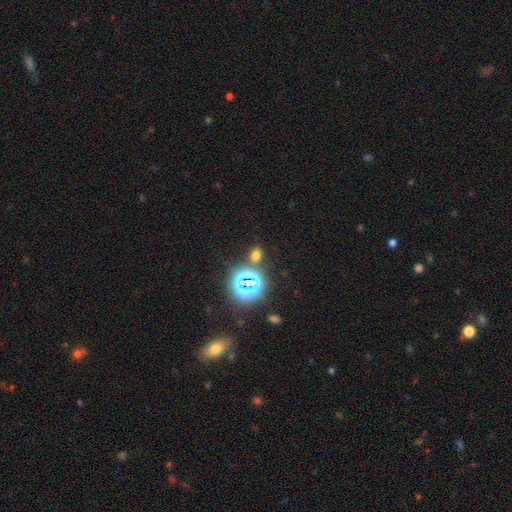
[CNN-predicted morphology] Overall: smooth (53%; star or artifact 40%). How rounded: in between (64%; round 34%). Merging: none (78%).